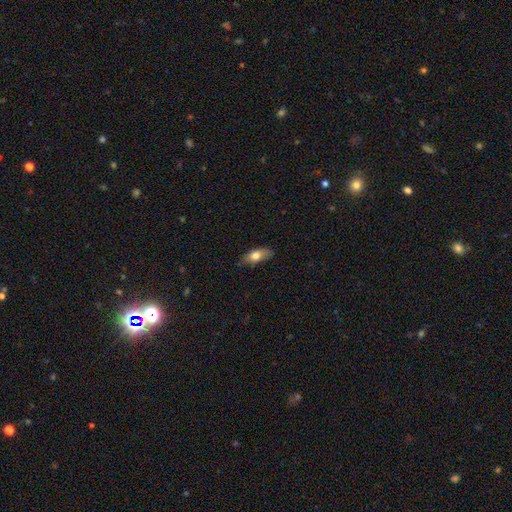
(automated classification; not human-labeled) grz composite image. It shows a smooth galaxy with no disk features (71%) that is in between round and cigar-shaped (78%). Merging: none (71%).